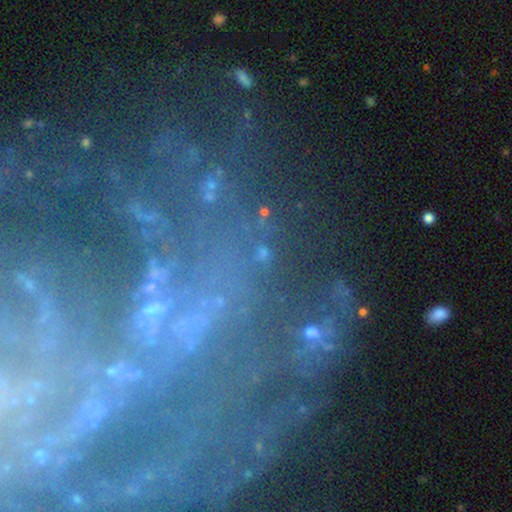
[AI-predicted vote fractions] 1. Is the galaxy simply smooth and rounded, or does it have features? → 66% featured or disk, 23% star or artifact, 10% smooth.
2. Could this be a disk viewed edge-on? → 95% no, 5% yes.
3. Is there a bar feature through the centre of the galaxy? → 50% no, 28% weak, 22% strong.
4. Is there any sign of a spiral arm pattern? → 78% yes, 22% no.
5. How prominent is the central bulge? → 53% small, 24% none, 17% moderate, 4% large, 2% dominant.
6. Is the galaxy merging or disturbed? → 61% none, 17% minor disturbance, 17% major disturbance, 5% merger.